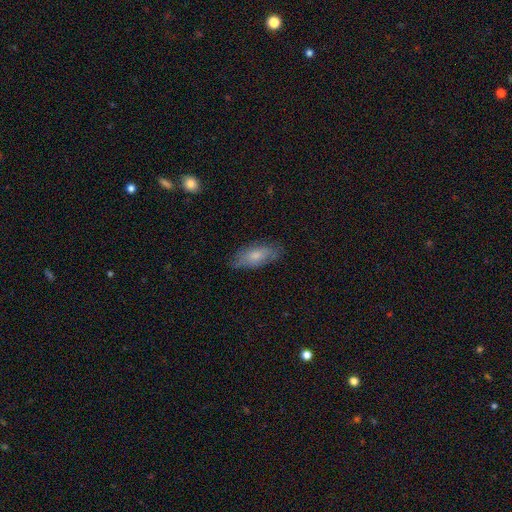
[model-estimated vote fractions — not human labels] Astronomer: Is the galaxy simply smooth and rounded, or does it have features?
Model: smooth — 68%.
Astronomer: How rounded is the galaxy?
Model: in between — 83%.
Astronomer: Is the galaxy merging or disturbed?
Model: none — 72%.